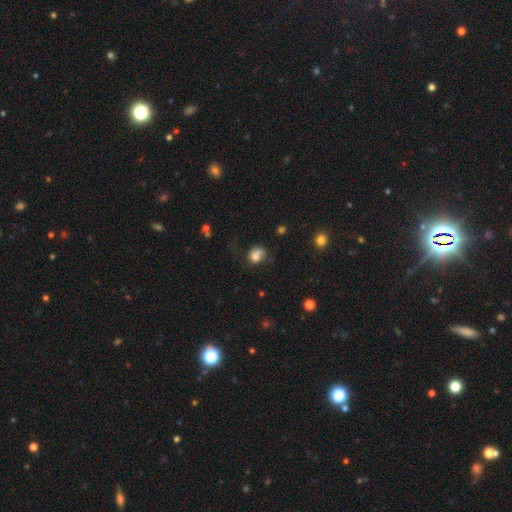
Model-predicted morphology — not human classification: Smooth or featured: smooth — 70% (featured or disk — 18%)
How rounded: round — 54% (in between — 45%)
Merging: none — 41% (minor disturbance — 27%)